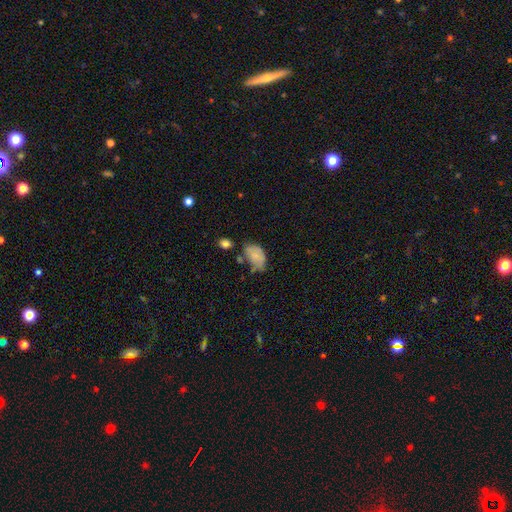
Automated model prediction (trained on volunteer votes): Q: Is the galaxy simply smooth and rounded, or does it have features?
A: smooth — 76%.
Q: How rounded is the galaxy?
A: in between — 89%.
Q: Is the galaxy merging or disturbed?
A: minor disturbance — 38%.